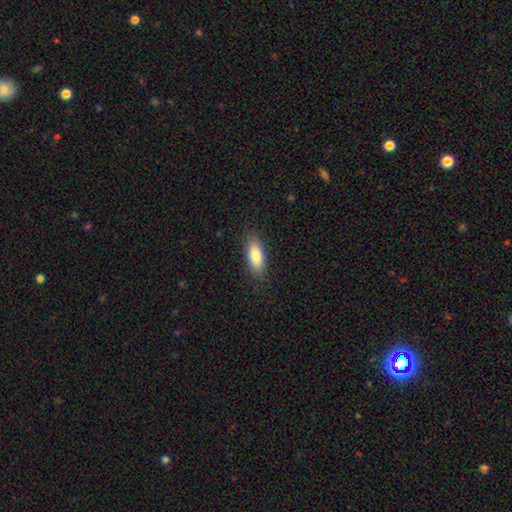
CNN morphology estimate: smooth-or-featured: smooth: 80% | featured or disk: 13% | star or artifact: 6%
  how-rounded: in between: 75% | cigar-shaped: 23% | round: 2%
  merging: none: 86% | minor disturbance: 10% | major disturbance: 3% | merger: 1%